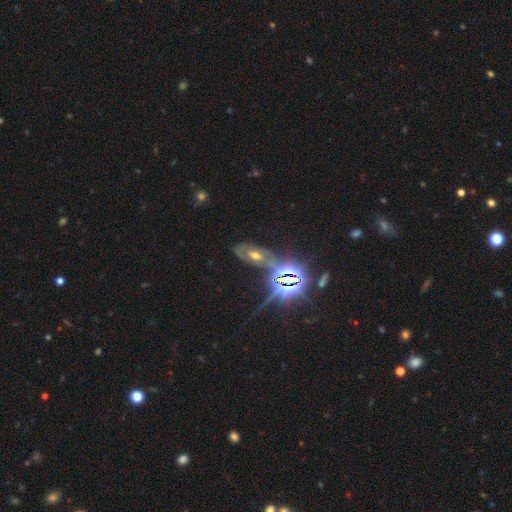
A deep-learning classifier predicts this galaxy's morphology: Smooth or featured? featured or disk (44%)
Merging? none (58%)